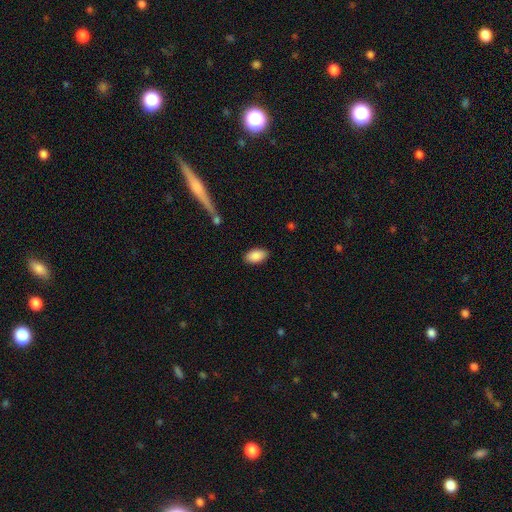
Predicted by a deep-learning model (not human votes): Overall: smooth (89%). How rounded: in between (94%). Merging: none (87%).